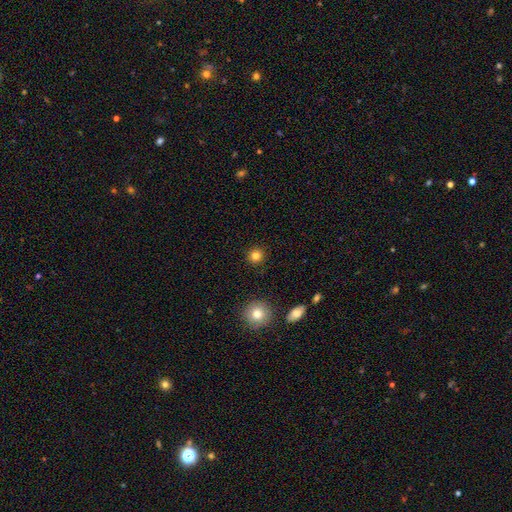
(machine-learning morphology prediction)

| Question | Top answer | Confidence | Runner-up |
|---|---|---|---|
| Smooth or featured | smooth | 82% | star or artifact (13%) |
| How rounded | round | 93% | in between (6%) |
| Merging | none | 91% | minor disturbance (5%) |